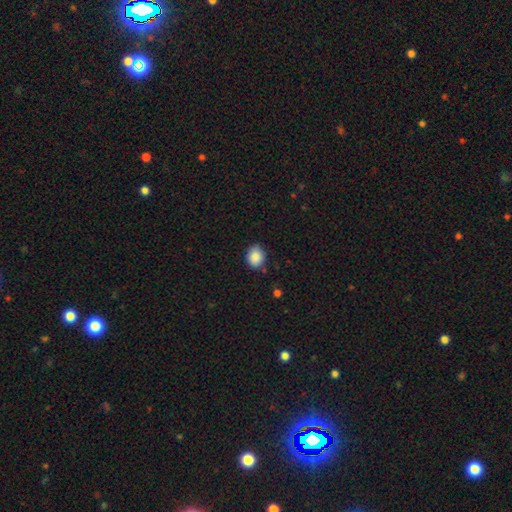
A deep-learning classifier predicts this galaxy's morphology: This is clearly a smooth galaxy (88%). How rounded: possibly round (56%). Merging: likely none (78%).